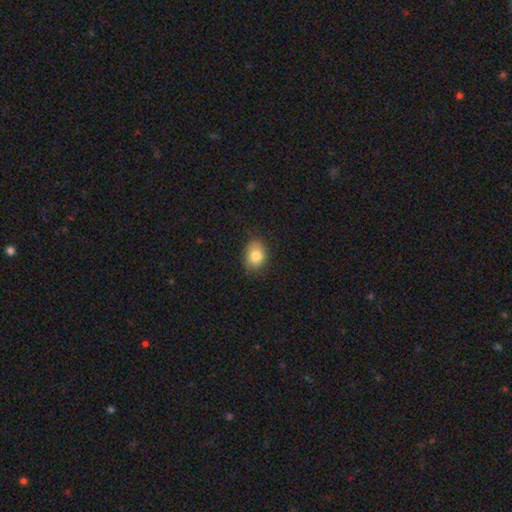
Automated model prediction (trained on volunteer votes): This appears to be a smooth galaxy with no disk features (82%) that is in between round and cigar-shaped (65%). Merging: none (78%).